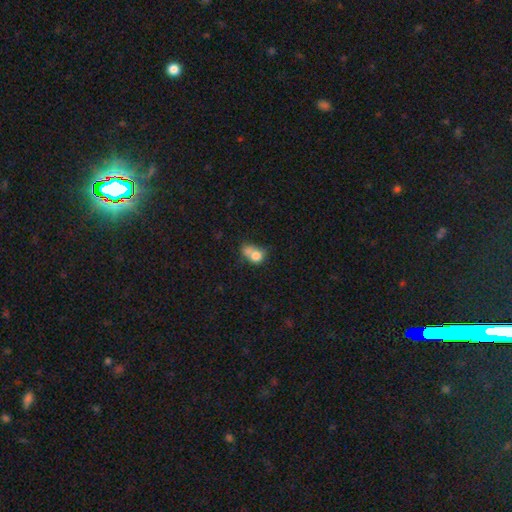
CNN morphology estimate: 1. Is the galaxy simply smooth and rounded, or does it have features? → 75% smooth, 15% featured or disk, 11% star or artifact.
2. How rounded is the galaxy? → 53% round, 45% in between, 2% cigar-shaped.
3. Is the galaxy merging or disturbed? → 46% merger, 26% none, 17% minor disturbance, 11% major disturbance.